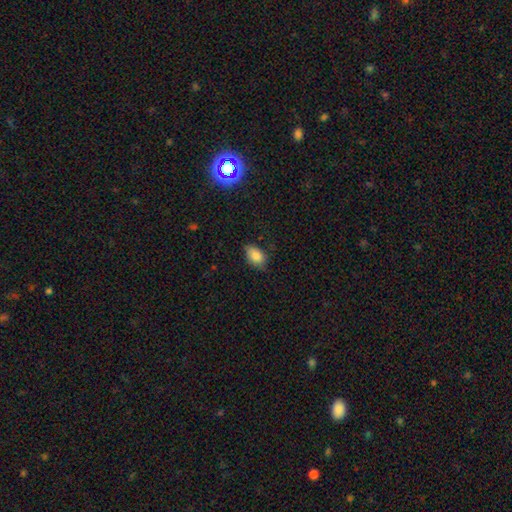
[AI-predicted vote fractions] smooth_or_featured: smooth (p=0.84) [alt: star or artifact p=0.09]
how_rounded: in between (p=0.86) [alt: round p=0.12]
merging: none (p=0.71) [alt: minor disturbance p=0.24]